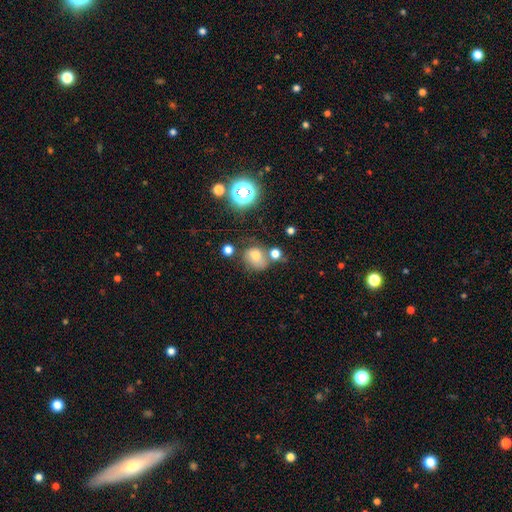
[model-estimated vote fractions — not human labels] Smooth or featured? Predicted: smooth (p=0.59). How rounded? Predicted: round (p=0.62). Merging? Predicted: none (p=0.50).